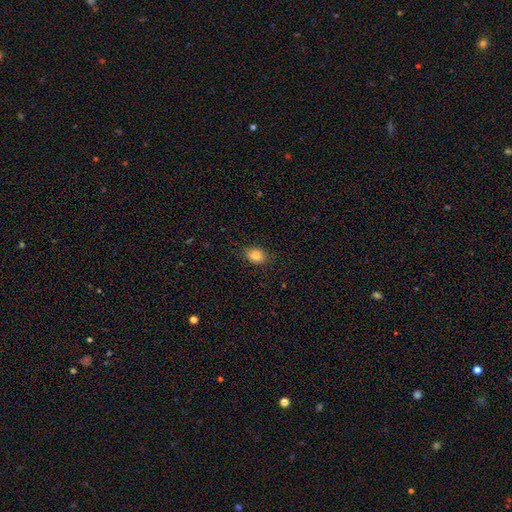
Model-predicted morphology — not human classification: This appears to be a smooth galaxy with no disk features (85%) that is in between round and cigar-shaped (69%). Merging: none (85%).